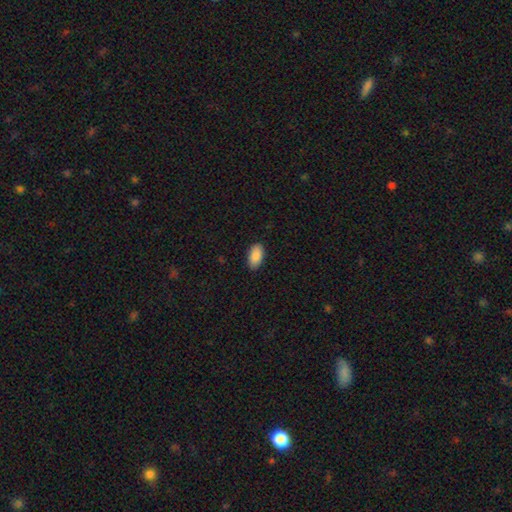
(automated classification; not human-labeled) Smooth or featured? smooth (90%)
How rounded? in between (95%)
Merging? none (88%)